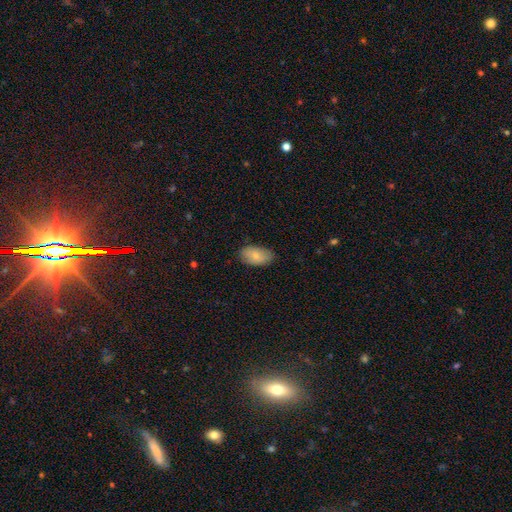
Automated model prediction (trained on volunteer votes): Q: Smooth or featured?
A: smooth (80%); runner-up: featured or disk (13%)
Q: How rounded?
A: in between (93%); runner-up: round (5%)
Q: Merging?
A: none (80%); runner-up: minor disturbance (16%)